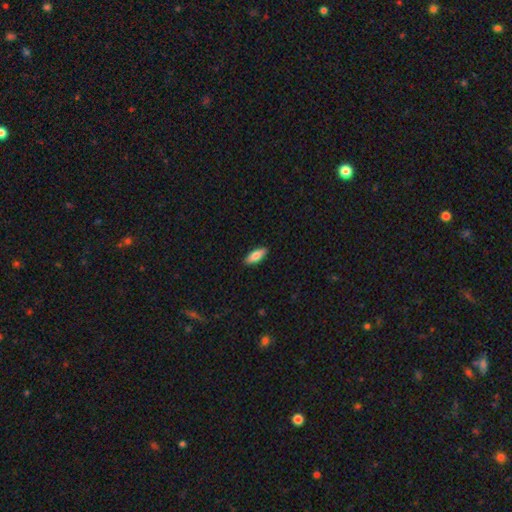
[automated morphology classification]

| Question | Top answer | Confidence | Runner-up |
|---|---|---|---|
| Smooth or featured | smooth | 78% | featured or disk (17%) |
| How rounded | in between | 70% | cigar-shaped (28%) |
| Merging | none | 90% | minor disturbance (8%) |